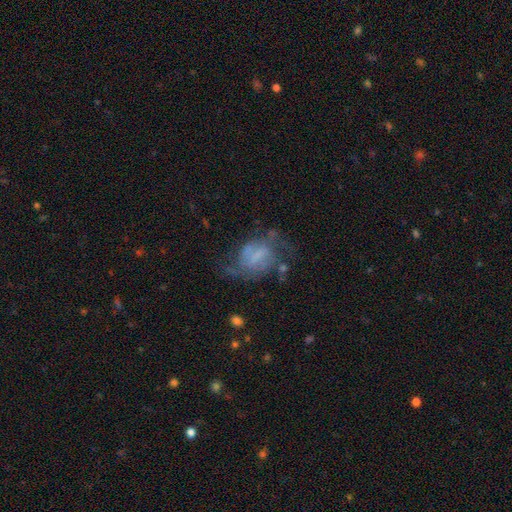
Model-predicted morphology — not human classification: This is likely a featured or disk galaxy (67%). It is clearly not viewed edge-on (97%). Bar: possibly weak (47%). Spiral arm pattern: likely yes (80%). Spiral arm count: possibly 2 (59%). Spiral winding: possibly medium (46%). Central bulge: possibly none (49%). Merging: possibly none (46%).